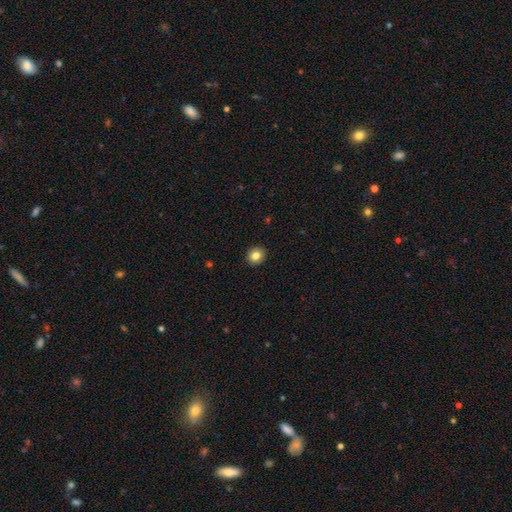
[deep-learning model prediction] The model was most divided on "how rounded": round: 83%, in between: 16%, cigar-shaped: 1%. More confident: merging — none (92%); smooth or featured — smooth (82%).